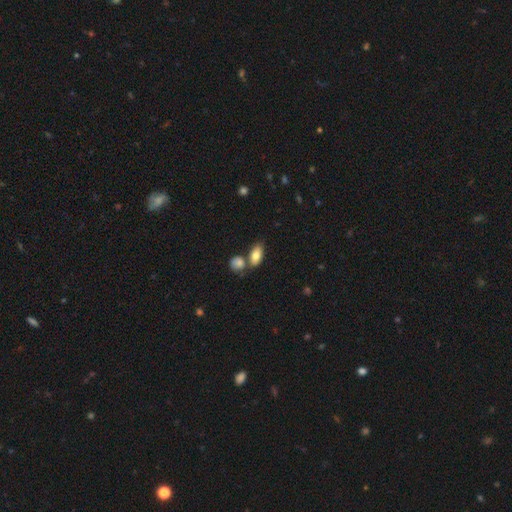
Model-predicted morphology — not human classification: smooth_or_featured: smooth (p=0.80) [alt: featured or disk p=0.13]
how_rounded: in between (p=0.89) [alt: round p=0.06]
merging: none (p=0.58) [alt: merger p=0.26]